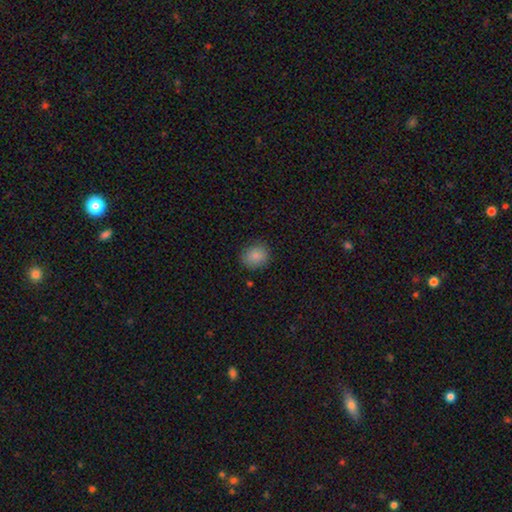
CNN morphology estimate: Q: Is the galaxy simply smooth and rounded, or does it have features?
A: smooth — 87%.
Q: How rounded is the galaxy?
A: round — 67%.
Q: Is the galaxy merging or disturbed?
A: none — 85%.